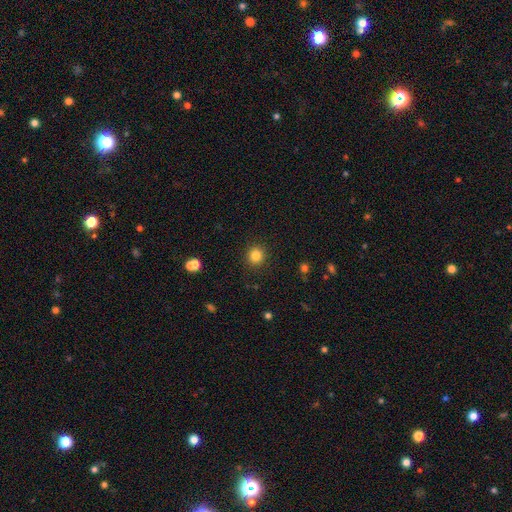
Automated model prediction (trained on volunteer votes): Smooth or featured? smooth (83%)
How rounded? round (91%)
Merging? none (91%)